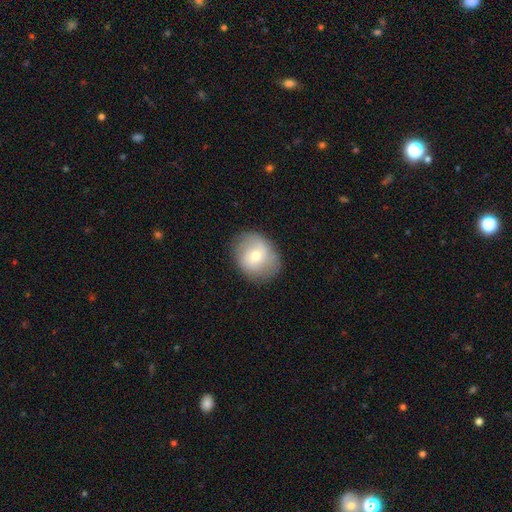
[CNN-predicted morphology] The model was most divided on "how rounded": round: 59%, in between: 40%, cigar-shaped: 1%. More confident: merging — none (79%); smooth or featured — smooth (57%).